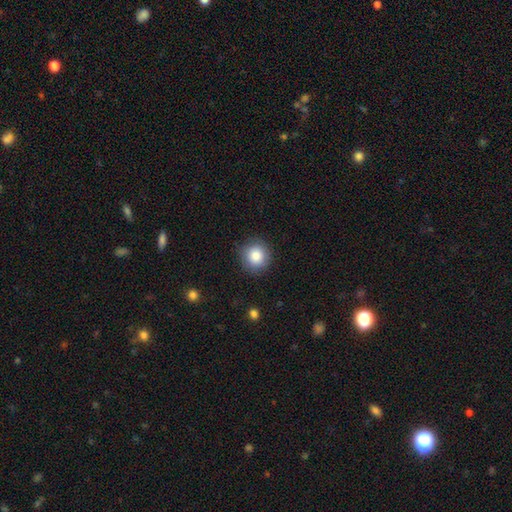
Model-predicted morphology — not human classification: smooth-or-featured: smooth: 83% | star or artifact: 9% | featured or disk: 7%
  how-rounded: round: 92% | in between: 7% | cigar-shaped: 1%
  merging: none: 87% | minor disturbance: 9% | major disturbance: 3% | merger: 1%